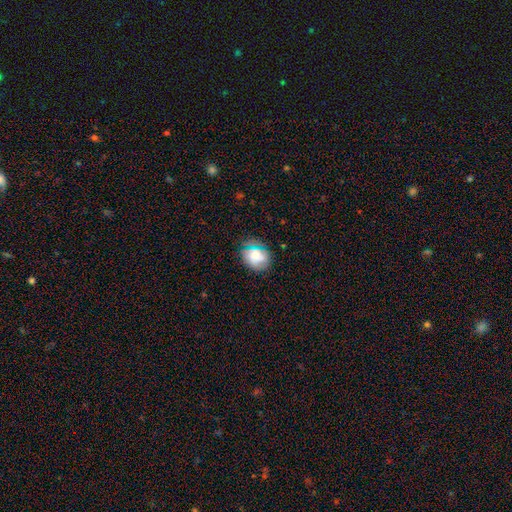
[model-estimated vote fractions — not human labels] Smooth or featured?
  - smooth: 70% *
  - featured or disk: 17%
  - star or artifact: 13%
How rounded?
  - round: 58% *
  - in between: 41%
  - cigar-shaped: 1%
Merging?
  - none: 74% *
  - minor disturbance: 19%
  - major disturbance: 5%
  - merger: 2%